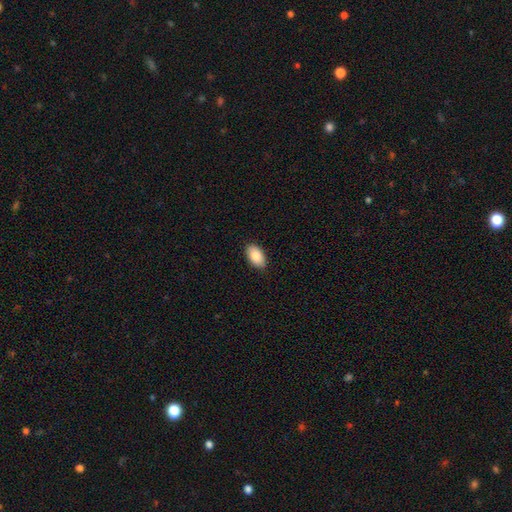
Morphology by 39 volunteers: This appears to be a smooth galaxy with no disk features (92%) that is in between round and cigar-shaped (97%). Merging: none (95%).